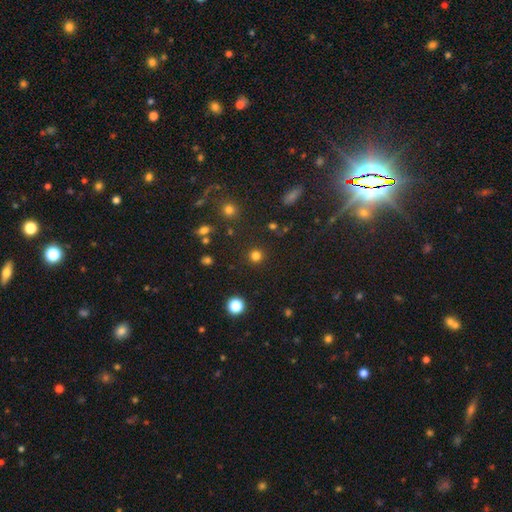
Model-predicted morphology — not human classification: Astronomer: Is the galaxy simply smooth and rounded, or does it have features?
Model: smooth — 78%.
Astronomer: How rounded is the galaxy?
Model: round — 94%.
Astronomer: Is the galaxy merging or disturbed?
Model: none — 89%.